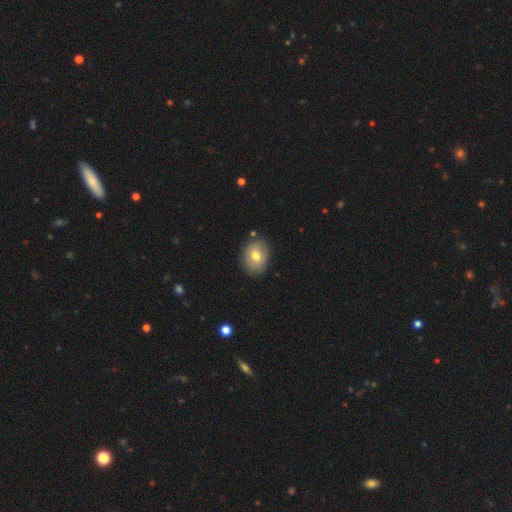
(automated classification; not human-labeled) Morphology: type=smooth (73%); roundness=in between (63%); merging=none (83%).